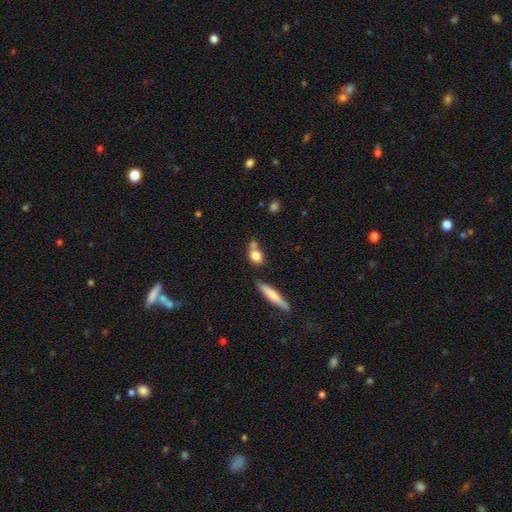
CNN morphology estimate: A smooth galaxy with no disk features (79%) that is in between round and cigar-shaped (48%).

Vote fractions:
- Smooth or featured? smooth: 79% / featured or disk: 12% / star or artifact: 8%
- How rounded? in between: 48% / round: 43% / cigar-shaped: 9%
- Merging? none: 49% / merger: 32% / minor disturbance: 14% / major disturbance: 5%